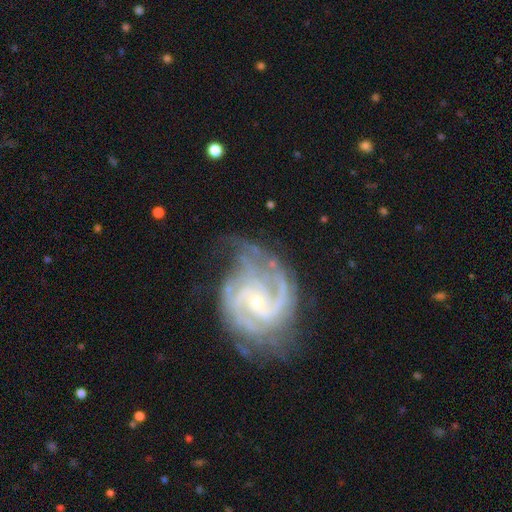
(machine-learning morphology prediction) featured or disk 91%, star or artifact 6%, smooth 4%. Down the decision tree: edge-on disk — no (98%); bar — no (54%); spiral arms — yes (98%); spiral arm count — 2 (51%); spiral winding — tight (47%); bulge size — small (74%); merging — none (60%).